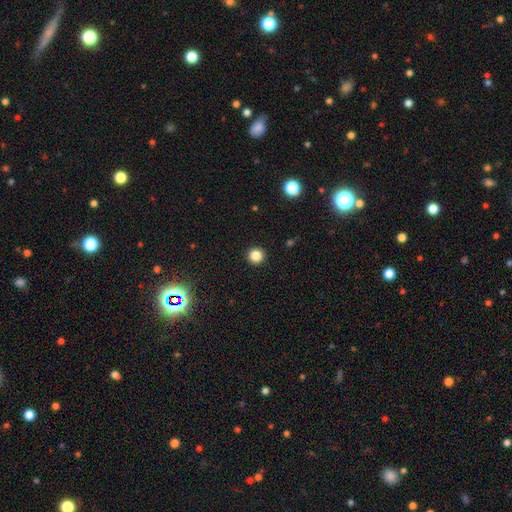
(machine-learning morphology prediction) The model was most divided on "smooth or featured": smooth: 84%, star or artifact: 12%, featured or disk: 3%. More confident: how rounded — round (95%); merging — none (93%).